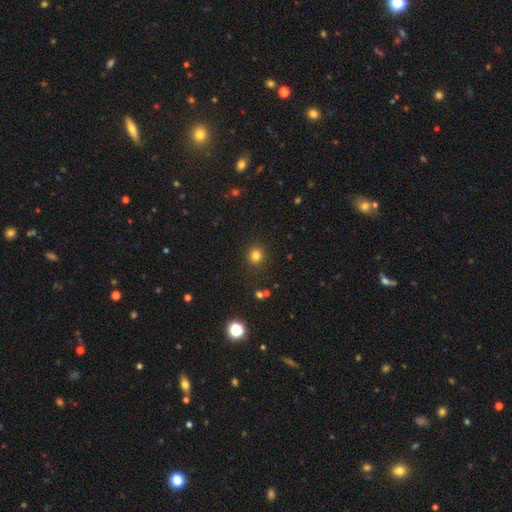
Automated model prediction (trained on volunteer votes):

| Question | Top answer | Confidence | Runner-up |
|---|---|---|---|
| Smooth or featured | smooth | 81% | star or artifact (14%) |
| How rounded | round | 86% | in between (13%) |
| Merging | none | 89% | minor disturbance (7%) |